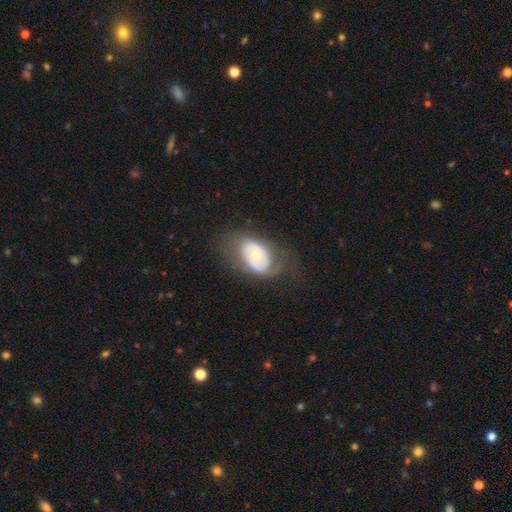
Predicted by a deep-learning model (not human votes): Overall: featured or disk (57%; smooth 37%). Edge-on disk: no (93%). Bar: no (85%). Spiral arms: no (73%). Bulge size: moderate (70%). Merging: none (61%; minor disturbance 21%).